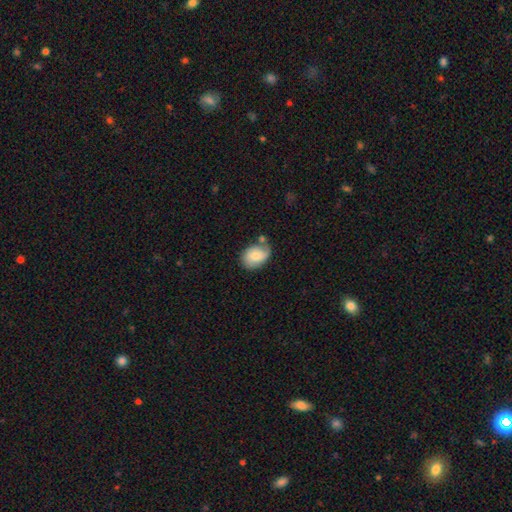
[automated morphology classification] Smooth or featured? smooth (69%)
How rounded? in between (70%)
Merging? none (51%)